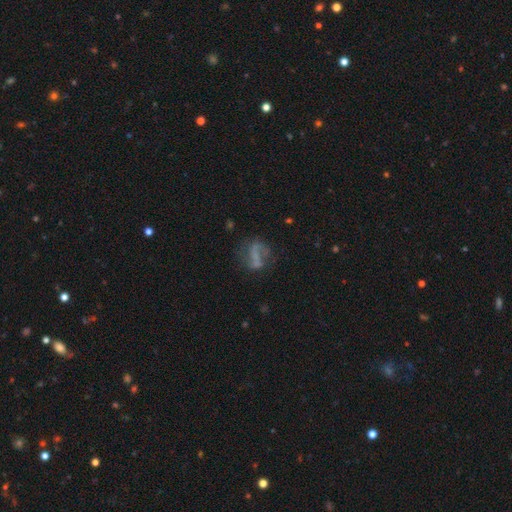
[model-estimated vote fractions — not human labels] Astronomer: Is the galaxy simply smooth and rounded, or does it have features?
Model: featured or disk — 53% (runner-up: smooth, 32%).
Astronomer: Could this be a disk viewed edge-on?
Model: no — 95%.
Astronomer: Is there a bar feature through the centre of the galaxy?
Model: no — 42% (runner-up: strong, 32%).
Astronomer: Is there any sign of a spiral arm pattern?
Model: yes — 52% (runner-up: no, 48%).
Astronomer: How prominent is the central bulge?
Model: none — 74%.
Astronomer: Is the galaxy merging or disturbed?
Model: none — 50%.